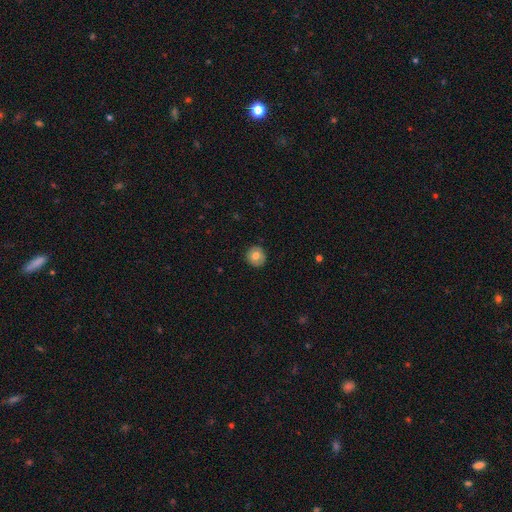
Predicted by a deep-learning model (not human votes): smooth-or-featured: smooth: 73% | featured or disk: 19% | star or artifact: 8%
  how-rounded: round: 92% | in between: 7% | cigar-shaped: 1%
  merging: none: 89% | minor disturbance: 8% | major disturbance: 2% | merger: 1%